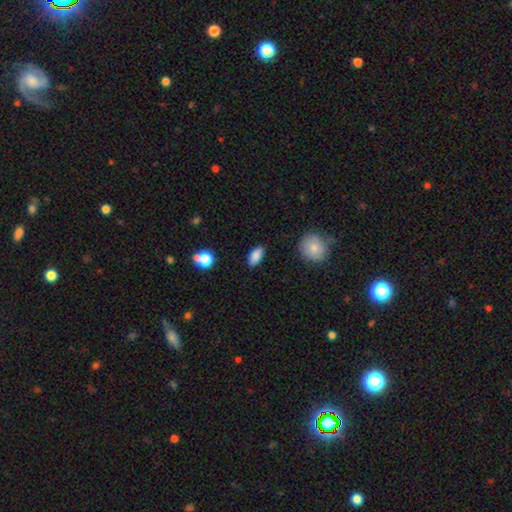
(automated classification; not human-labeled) Smooth or featured?
  - smooth: 86% *
  - star or artifact: 8%
  - featured or disk: 6%
How rounded?
  - in between: 88% *
  - cigar-shaped: 8%
  - round: 4%
Merging?
  - none: 86% *
  - minor disturbance: 10%
  - major disturbance: 2%
  - merger: 2%